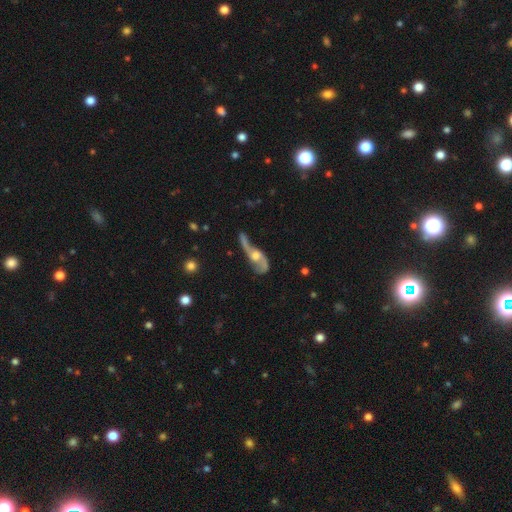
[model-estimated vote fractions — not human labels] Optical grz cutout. It shows a featured or disk galaxy (81%) with no bar (60%), 2 (85%) loose (79%) spiral arms (89%) and a moderate central bulge (60%). Merging: major disturbance (34%).